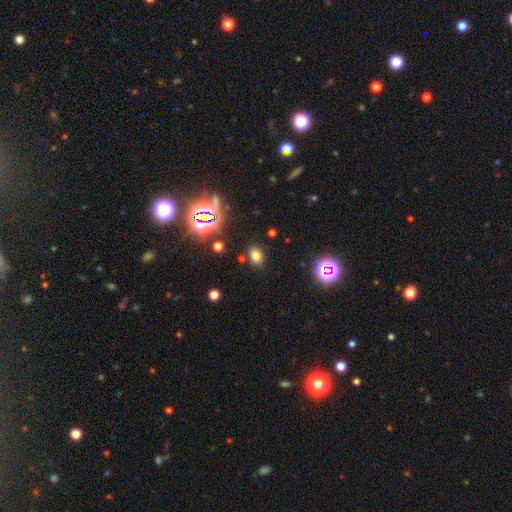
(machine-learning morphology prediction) Q: Smooth or featured?
A: smooth (70%); runner-up: star or artifact (22%)
Q: How rounded?
A: in between (77%); runner-up: round (22%)
Q: Merging?
A: none (83%); runner-up: minor disturbance (10%)